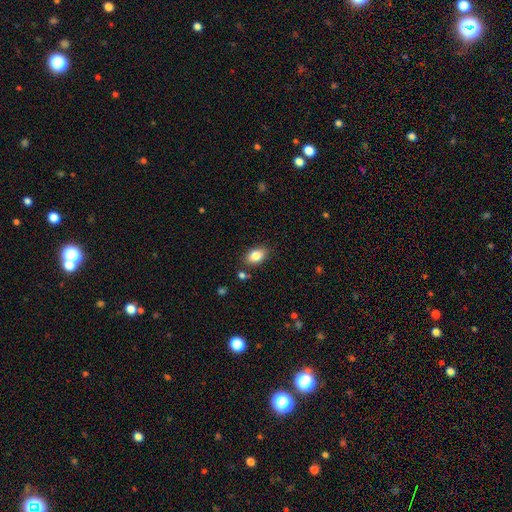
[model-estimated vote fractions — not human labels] smooth 84%, star or artifact 8%, featured or disk 8%. Down the decision tree: how rounded — in between (85%); merging — none (83%).